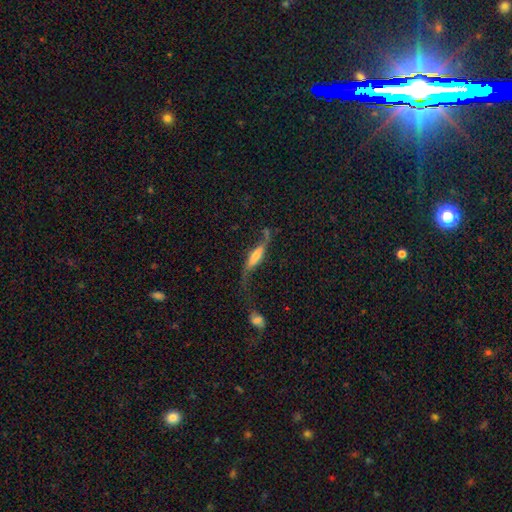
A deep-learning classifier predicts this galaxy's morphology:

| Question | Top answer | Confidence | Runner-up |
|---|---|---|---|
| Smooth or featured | featured or disk | 63% | smooth (29%) |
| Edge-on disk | no | 51% | yes (49%) |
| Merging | none | 35% | major disturbance (25%) |